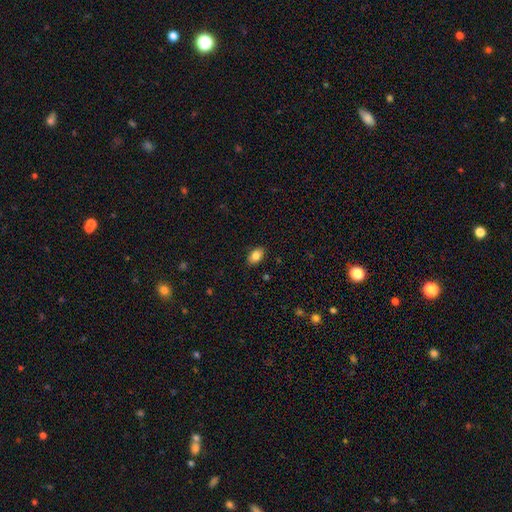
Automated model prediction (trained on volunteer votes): Smooth or featured? smooth (83%)
How rounded? in between (88%)
Merging? none (88%)